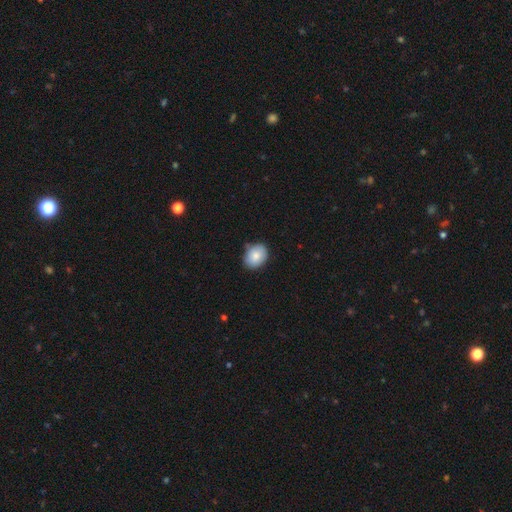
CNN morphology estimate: Q: Smooth or featured?
A: smooth (84%); runner-up: featured or disk (9%)
Q: How rounded?
A: in between (68%); runner-up: round (31%)
Q: Merging?
A: none (77%); runner-up: minor disturbance (18%)